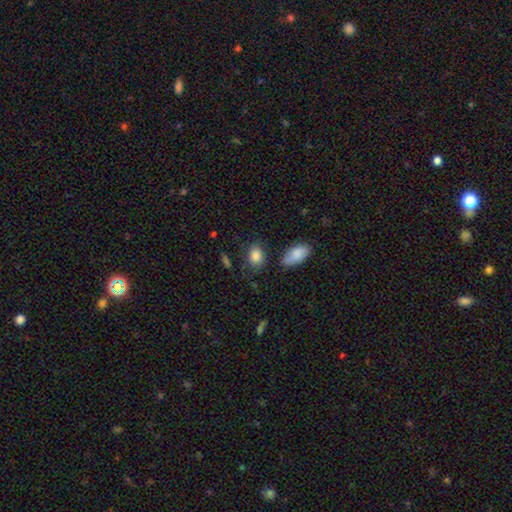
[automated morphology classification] type=smooth (86%); roundness=in between (73%); merging=none (72%).